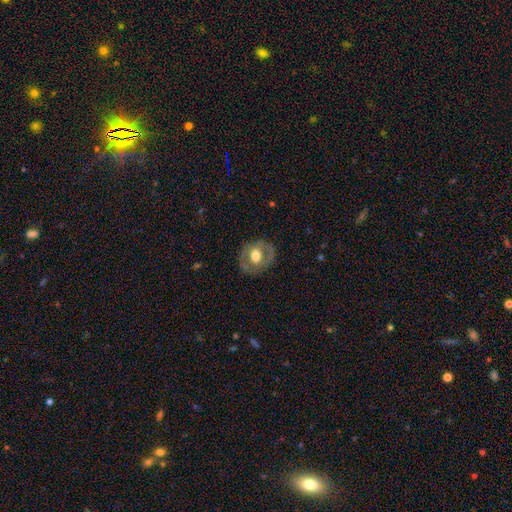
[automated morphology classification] Smooth or featured?
  - featured or disk: 54% *
  - smooth: 40%
  - star or artifact: 6%
Edge-on disk?
  - no: 95% *
  - yes: 5%
Bar?
  - no: 68% *
  - weak: 24%
  - strong: 7%
Spiral arms?
  - no: 74% *
  - yes: 26%
Bulge size?
  - moderate: 60% *
  - large: 31%
  - small: 5%
  - dominant: 2%
  - none: 1%
Merging?
  - none: 79% *
  - minor disturbance: 14%
  - major disturbance: 6%
  - merger: 1%